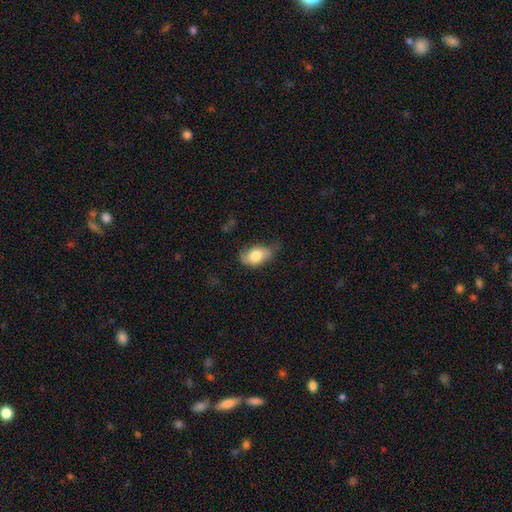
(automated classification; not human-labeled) smooth-or-featured: smooth: 76% | featured or disk: 17% | star or artifact: 7%
  how-rounded: in between: 88% | round: 9% | cigar-shaped: 3%
  merging: none: 55% | minor disturbance: 34% | major disturbance: 9% | merger: 2%